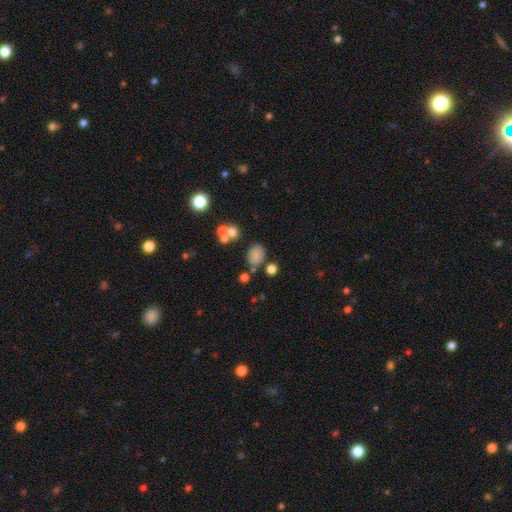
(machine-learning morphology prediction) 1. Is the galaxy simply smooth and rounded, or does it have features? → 76% smooth, 15% star or artifact, 9% featured or disk.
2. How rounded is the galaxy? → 67% in between, 32% round, 1% cigar-shaped.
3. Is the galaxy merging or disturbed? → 70% none, 14% minor disturbance, 11% merger, 5% major disturbance.